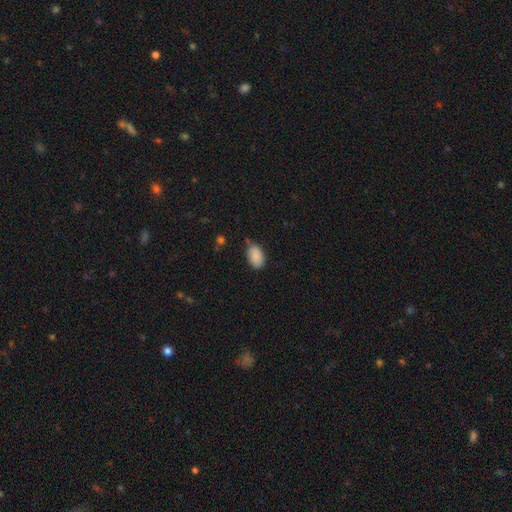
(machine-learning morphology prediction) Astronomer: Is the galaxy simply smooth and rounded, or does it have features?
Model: smooth — 89%.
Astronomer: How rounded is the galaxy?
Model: in between — 92%.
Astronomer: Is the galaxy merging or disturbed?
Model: none — 70%.